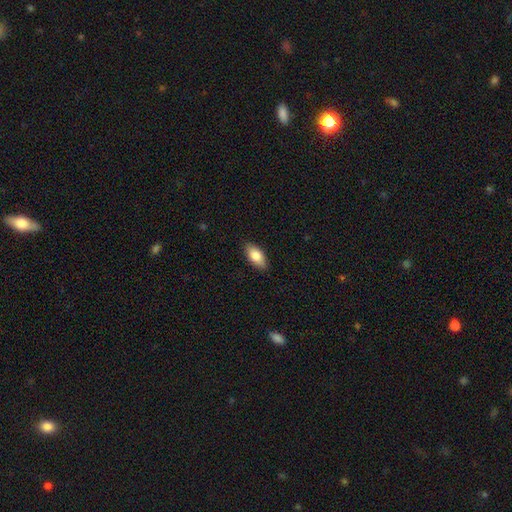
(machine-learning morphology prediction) This is clearly a smooth galaxy (83%). How rounded: clearly in between (89%). Merging: clearly none (88%).